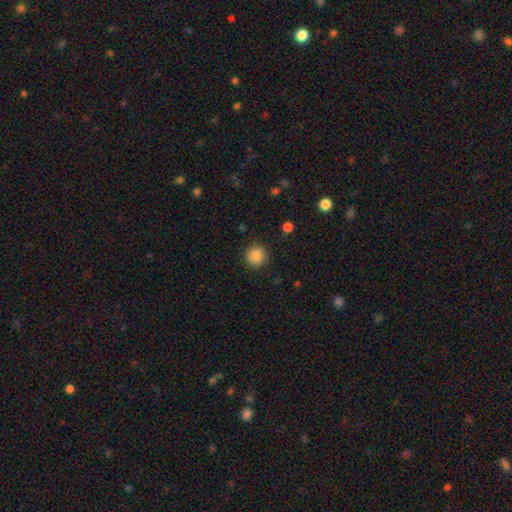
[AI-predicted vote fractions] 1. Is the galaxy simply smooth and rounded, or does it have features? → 86% smooth, 10% star or artifact, 4% featured or disk.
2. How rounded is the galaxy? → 94% round, 5% in between, 1% cigar-shaped.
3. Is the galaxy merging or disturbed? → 90% none, 6% minor disturbance, 2% major disturbance, 1% merger.